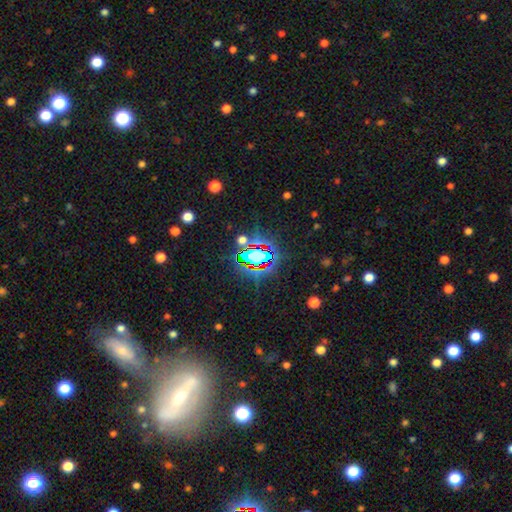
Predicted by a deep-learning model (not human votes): Smooth or featured? Predicted: star or artifact (p=0.72).